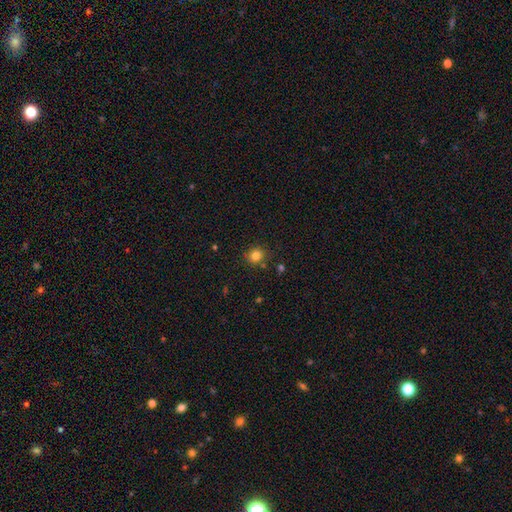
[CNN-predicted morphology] The model was most divided on "how rounded": round: 83%, in between: 16%, cigar-shaped: 1%. More confident: merging — none (83%); smooth or featured — smooth (82%).